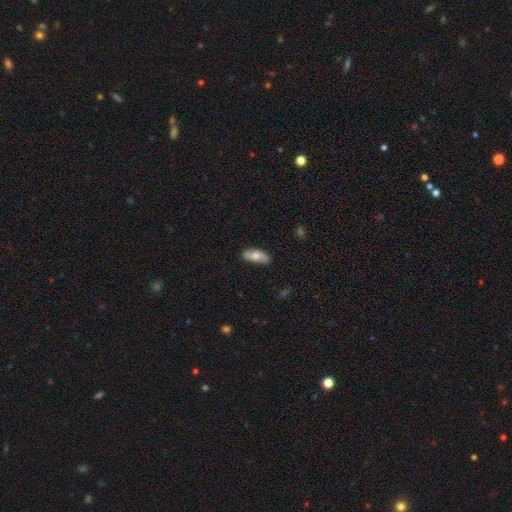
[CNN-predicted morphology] smooth 58%, featured or disk 36%, star or artifact 6%. Down the decision tree: how rounded — in between (77%); merging — none (78%).